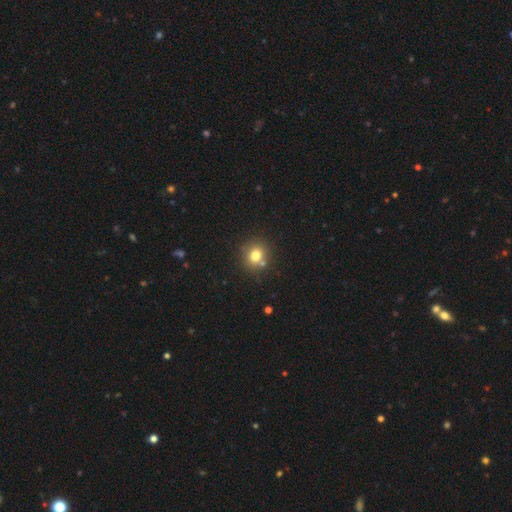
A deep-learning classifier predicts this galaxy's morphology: Smooth or featured: smooth — 77% (star or artifact — 14%)
How rounded: round — 81% (in between — 18%)
Merging: none — 75% (merger — 12%)